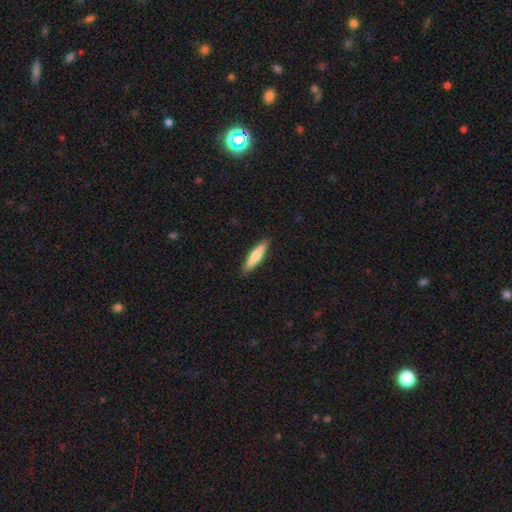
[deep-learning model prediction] A smooth galaxy with no disk features (72%) that is cigar-shaped (81%).

Vote fractions:
- Smooth or featured? smooth: 72% / featured or disk: 23% / star or artifact: 5%
- How rounded? cigar-shaped: 81% / in between: 18% / round: 1%
- Merging? none: 90% / minor disturbance: 7% / major disturbance: 1% / merger: 1%